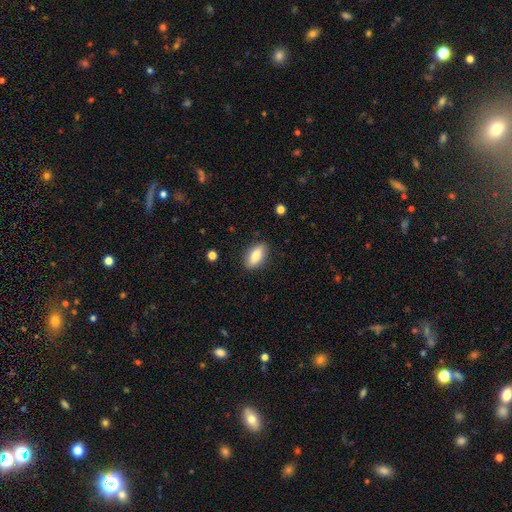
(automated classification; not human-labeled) Overall: smooth (78%). How rounded: in between (85%). Merging: none (86%).